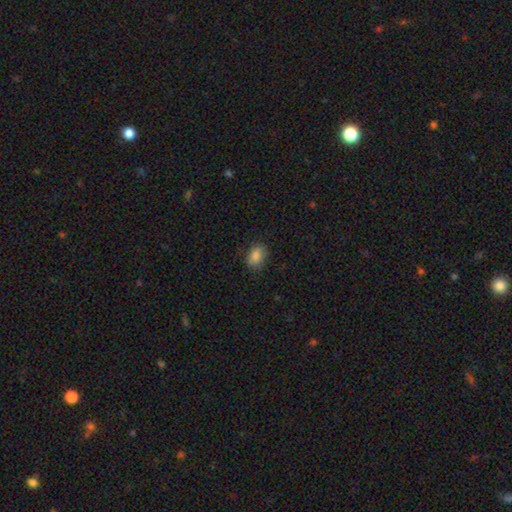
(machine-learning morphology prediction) A smooth galaxy with no disk features (86%) that is in between round and cigar-shaped (81%).

Vote fractions:
- Smooth or featured? smooth: 86% / star or artifact: 9% / featured or disk: 5%
- How rounded? in between: 81% / round: 17% / cigar-shaped: 1%
- Merging? none: 82% / minor disturbance: 14% / major disturbance: 3% / merger: 1%